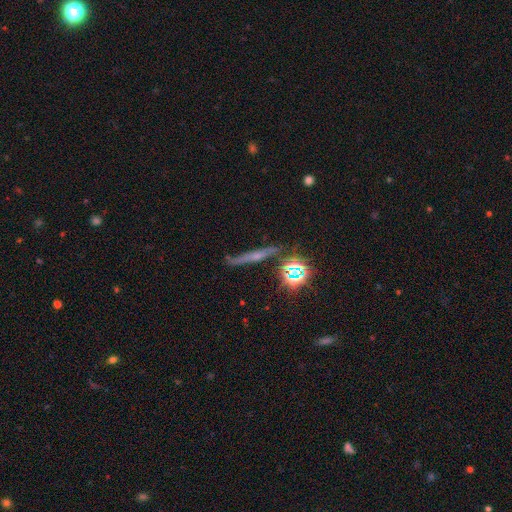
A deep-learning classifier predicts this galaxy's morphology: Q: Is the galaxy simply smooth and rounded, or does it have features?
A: featured or disk — 46%.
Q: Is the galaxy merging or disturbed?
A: none — 76%.